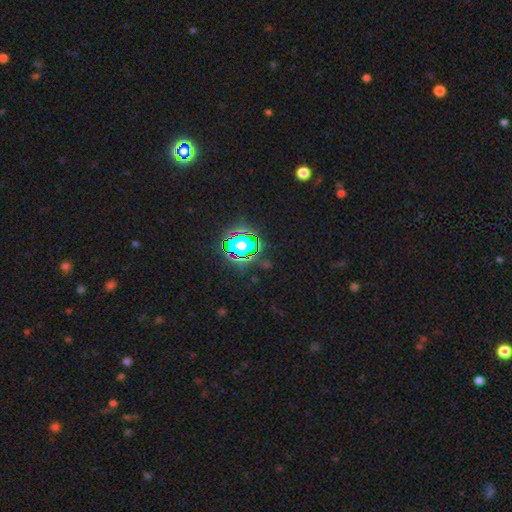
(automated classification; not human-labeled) smooth-or-featured: star or artifact: 81% | smooth: 12% | featured or disk: 7%